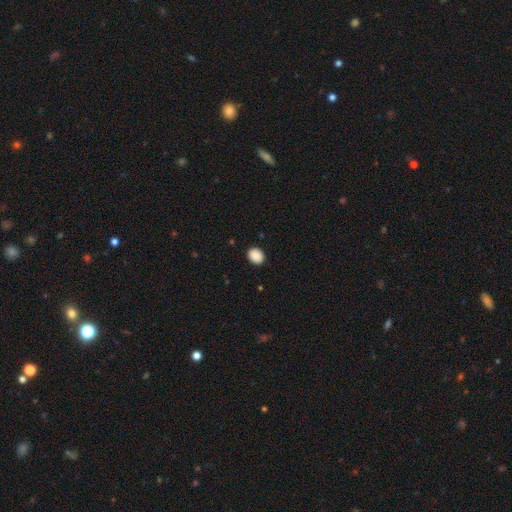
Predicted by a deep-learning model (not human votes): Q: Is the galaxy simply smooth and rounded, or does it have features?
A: smooth — 89%.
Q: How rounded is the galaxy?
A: round — 50%.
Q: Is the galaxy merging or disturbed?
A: none — 90%.